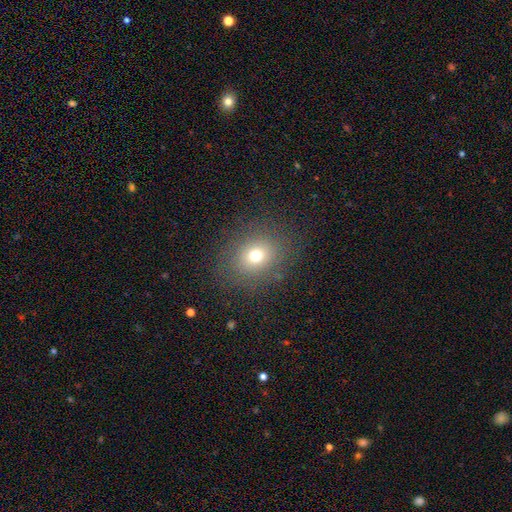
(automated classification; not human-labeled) Overall: smooth (71%). How rounded: round (61%; in between 38%). Merging: none (83%).